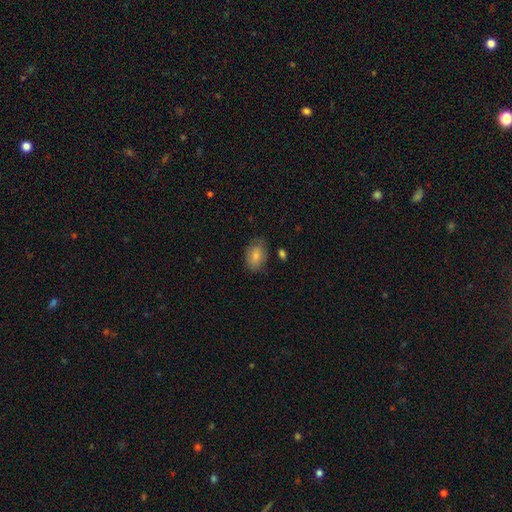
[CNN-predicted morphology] A smooth galaxy with no disk features (82%) that is in between round and cigar-shaped (83%).

Vote fractions:
- Smooth or featured? smooth: 82% / featured or disk: 11% / star or artifact: 7%
- How rounded? in between: 83% / round: 16% / cigar-shaped: 1%
- Merging? none: 74% / minor disturbance: 19% / major disturbance: 4% / merger: 2%